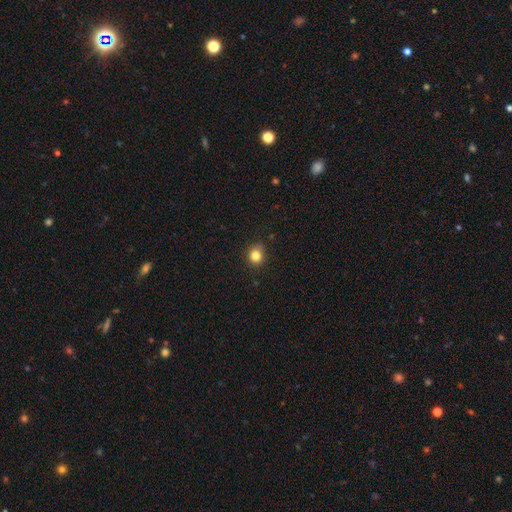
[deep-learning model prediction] Q: Smooth or featured?
A: smooth (83%); runner-up: star or artifact (12%)
Q: How rounded?
A: round (81%); runner-up: in between (18%)
Q: Merging?
A: none (85%); runner-up: minor disturbance (11%)